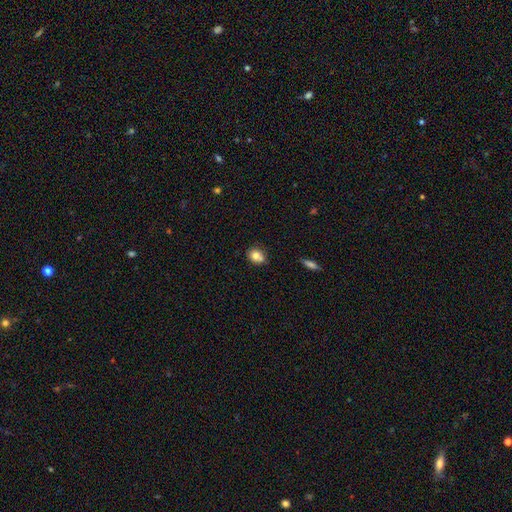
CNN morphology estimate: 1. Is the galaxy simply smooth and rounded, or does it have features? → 76% smooth, 14% featured or disk, 10% star or artifact.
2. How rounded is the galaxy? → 67% round, 32% in between, 1% cigar-shaped.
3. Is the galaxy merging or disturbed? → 61% none, 20% merger, 16% minor disturbance, 4% major disturbance.